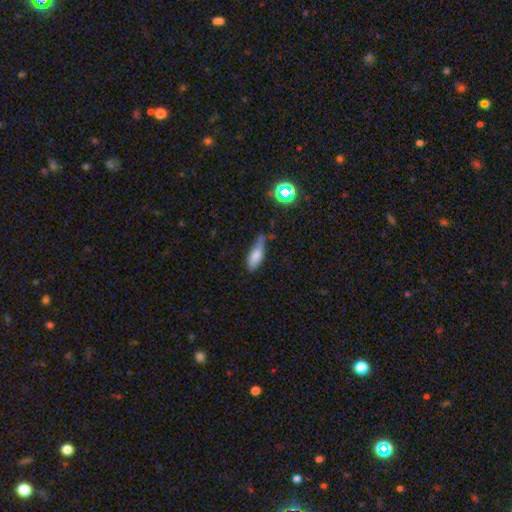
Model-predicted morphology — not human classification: Smooth or featured?
  - smooth: 74% *
  - featured or disk: 17%
  - star or artifact: 9%
How rounded?
  - in between: 57% *
  - cigar-shaped: 39%
  - round: 3%
Merging?
  - none: 42% *
  - minor disturbance: 40%
  - major disturbance: 12%
  - merger: 5%